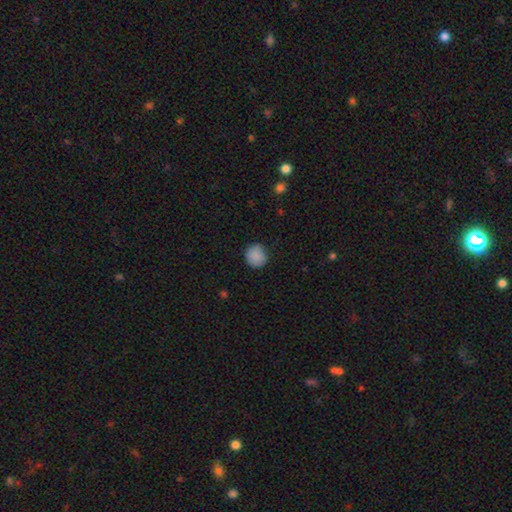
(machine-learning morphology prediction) This appears to be a smooth galaxy with no disk features (86%) that is round (89%). Merging: none (80%).